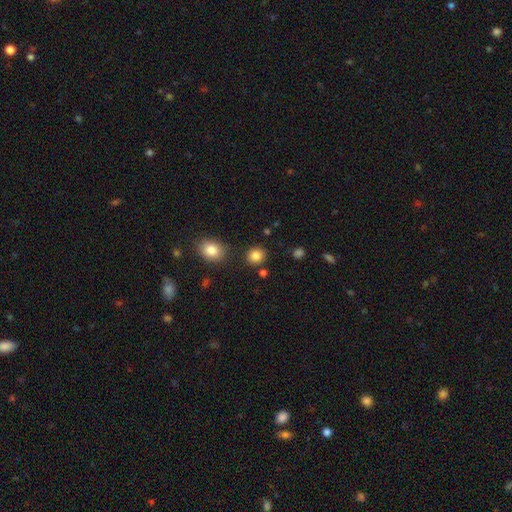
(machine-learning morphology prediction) Smooth or featured?
  - smooth: 85% *
  - star or artifact: 11%
  - featured or disk: 5%
How rounded?
  - round: 82% *
  - in between: 17%
  - cigar-shaped: 1%
Merging?
  - none: 85% *
  - minor disturbance: 7%
  - merger: 5%
  - major disturbance: 3%